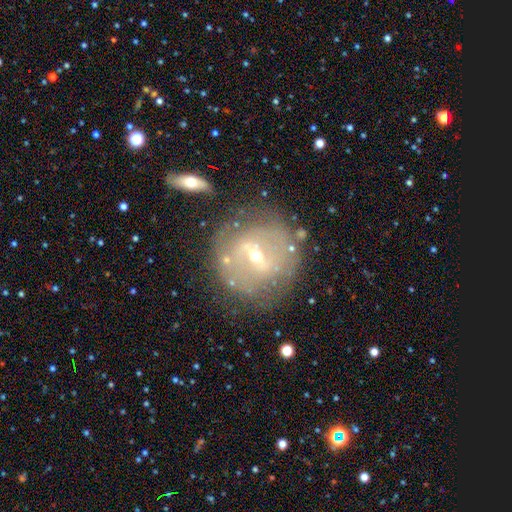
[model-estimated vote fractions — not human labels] Smooth or featured? featured or disk (67%)
Edge-on disk? no (92%)
Bar? weak (45%)
Spiral arms? no (52%)
Bulge size? small (56%)
Merging? none (72%)